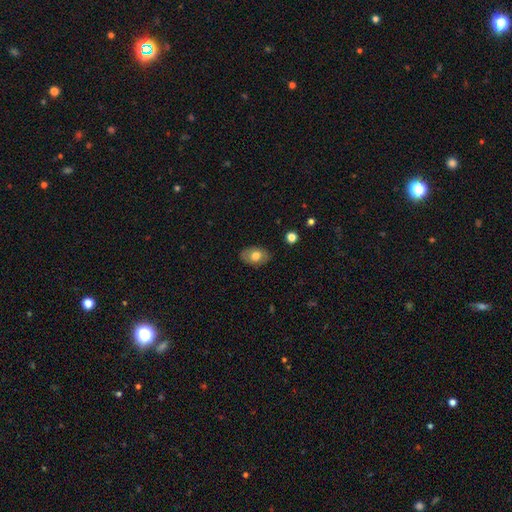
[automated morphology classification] smooth-or-featured: smooth: 68% | featured or disk: 25% | star or artifact: 7%
  how-rounded: in between: 82% | round: 16% | cigar-shaped: 1%
  merging: none: 84% | minor disturbance: 12% | major disturbance: 3% | merger: 1%